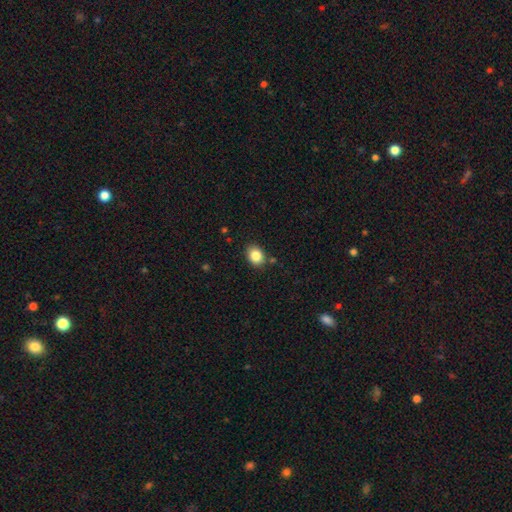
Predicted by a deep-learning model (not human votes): Overall: smooth (85%). How rounded: in between (56%; round 44%). Merging: none (84%).